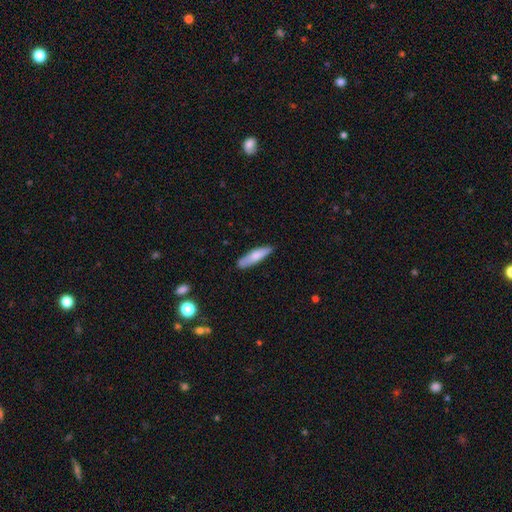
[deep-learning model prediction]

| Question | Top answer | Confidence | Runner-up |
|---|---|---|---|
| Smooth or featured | smooth | 72% | featured or disk (22%) |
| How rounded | cigar-shaped | 74% | in between (25%) |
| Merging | none | 84% | minor disturbance (13%) |